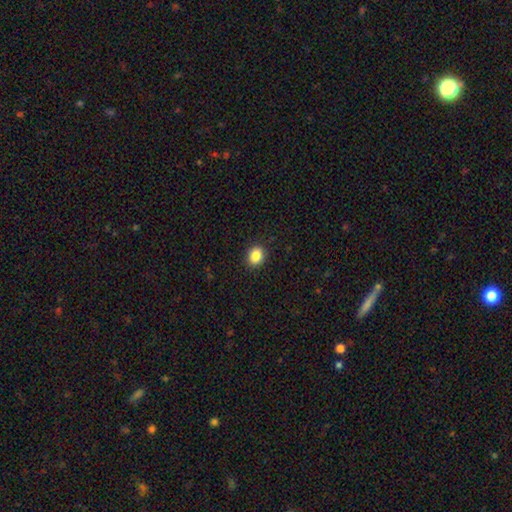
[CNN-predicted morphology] Overall: smooth (86%). How rounded: round (65%; in between 34%). Merging: none (91%).